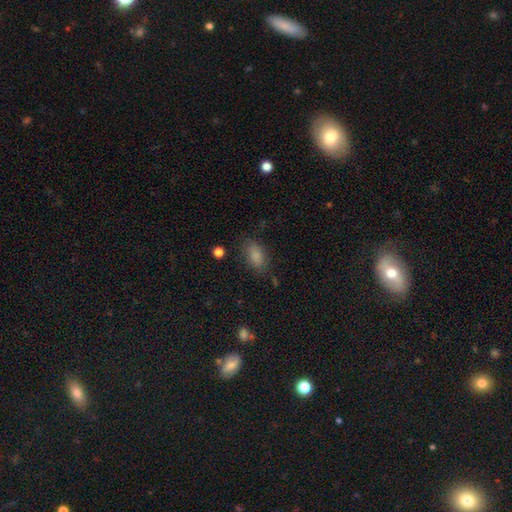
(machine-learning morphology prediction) Q: Smooth or featured?
A: smooth (85%); runner-up: star or artifact (10%)
Q: How rounded?
A: in between (89%); runner-up: round (7%)
Q: Merging?
A: none (76%); runner-up: minor disturbance (16%)